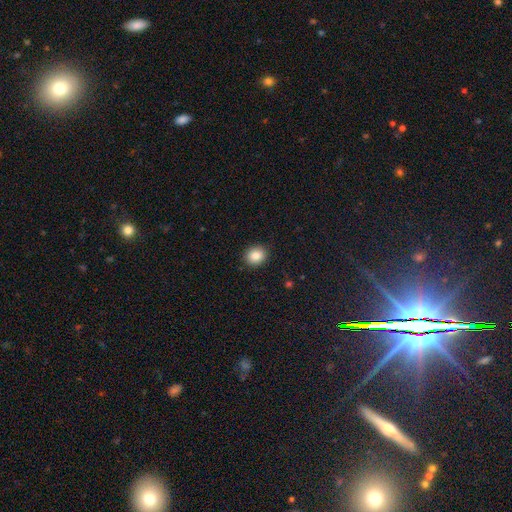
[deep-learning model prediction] The model was most divided on "how rounded": round: 74%, in between: 25%, cigar-shaped: 1%. More confident: merging — none (91%); smooth or featured — smooth (85%).